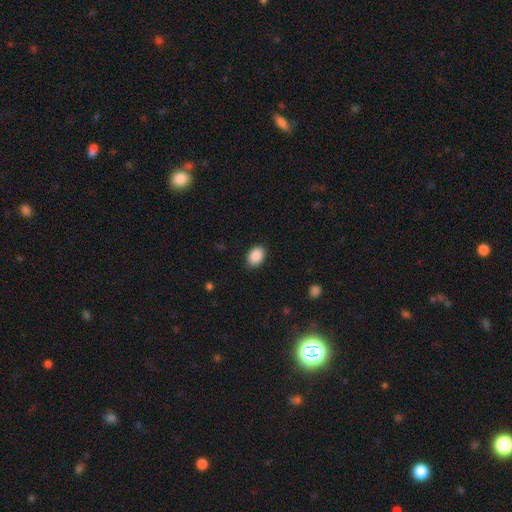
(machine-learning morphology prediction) Smooth or featured?
  - smooth: 89% *
  - star or artifact: 7%
  - featured or disk: 4%
How rounded?
  - in between: 82% *
  - round: 17%
  - cigar-shaped: 1%
Merging?
  - none: 87% *
  - minor disturbance: 10%
  - major disturbance: 2%
  - merger: 1%